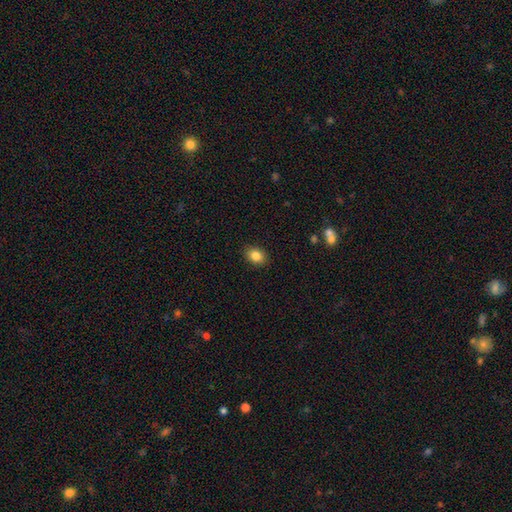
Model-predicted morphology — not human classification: smooth_or_featured: smooth (p=0.85) [alt: star or artifact p=0.09]
how_rounded: in between (p=0.66) [alt: round p=0.33]
merging: none (p=0.89) [alt: minor disturbance p=0.08]